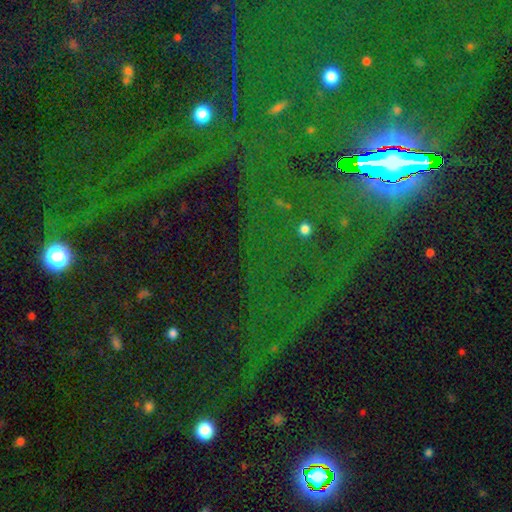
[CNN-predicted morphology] Q: Smooth or featured?
A: star or artifact (83%); runner-up: smooth (9%)